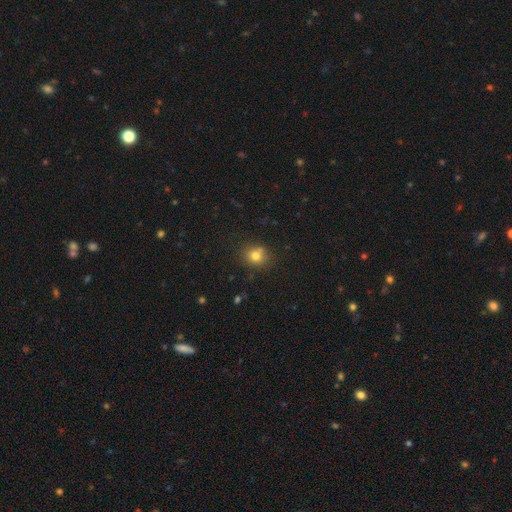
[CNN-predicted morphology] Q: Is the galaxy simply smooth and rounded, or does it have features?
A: smooth — 77%.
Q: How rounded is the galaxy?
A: round — 76%.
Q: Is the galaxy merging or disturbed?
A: none — 72%.